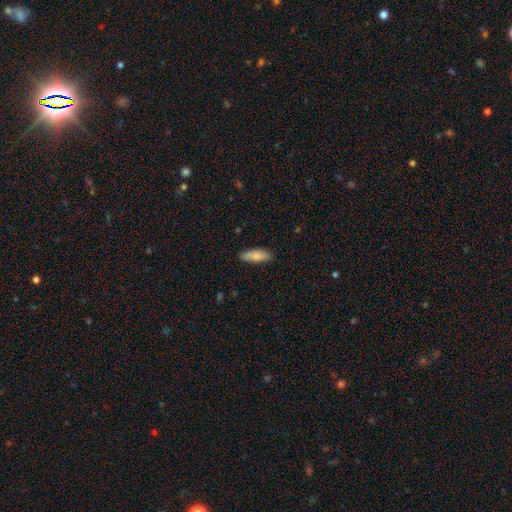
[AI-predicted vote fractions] smooth 84%, featured or disk 10%, star or artifact 6%. Down the decision tree: how rounded — in between (59%); merging — none (81%).